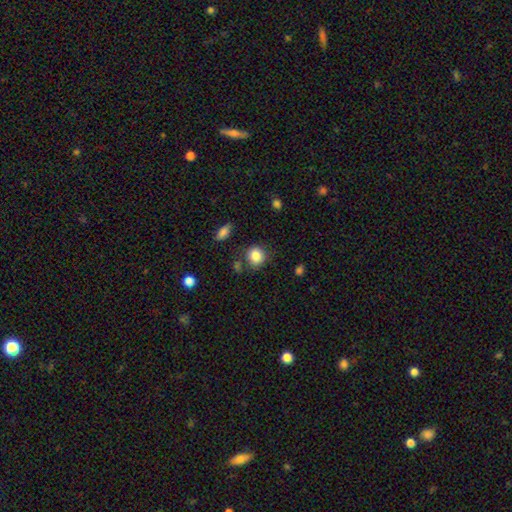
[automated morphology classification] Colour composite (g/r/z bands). It shows a smooth galaxy with no disk features (84%) that is round (83%). Merging: none (78%).